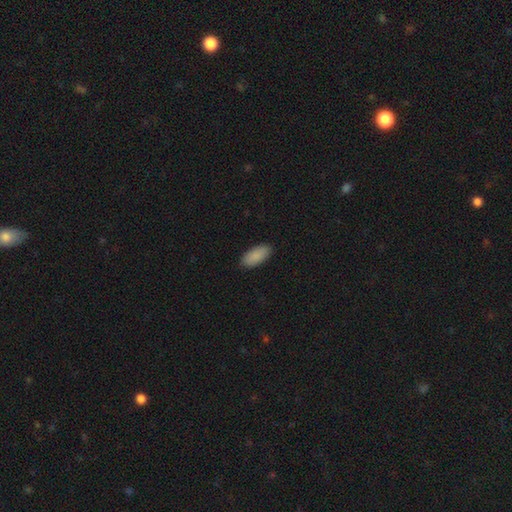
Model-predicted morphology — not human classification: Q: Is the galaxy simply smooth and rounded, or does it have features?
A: smooth — 90%.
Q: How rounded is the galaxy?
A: in between — 91%.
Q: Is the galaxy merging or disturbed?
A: none — 89%.